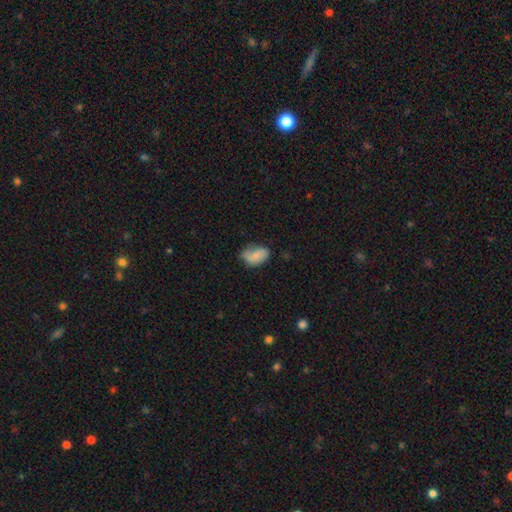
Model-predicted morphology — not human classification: A smooth galaxy with no disk features (66%) that is in between round and cigar-shaped (87%). Merging: none (51%).